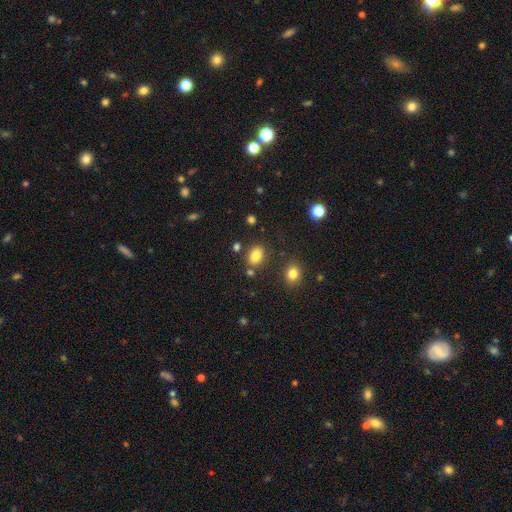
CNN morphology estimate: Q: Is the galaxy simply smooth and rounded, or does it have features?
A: smooth — 82%.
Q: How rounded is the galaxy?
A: in between — 73%.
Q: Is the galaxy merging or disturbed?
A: none — 76%.